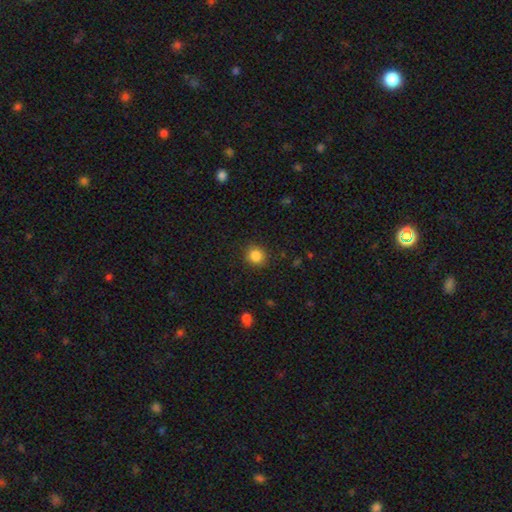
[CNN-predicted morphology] smooth_or_featured: smooth (p=0.85) [alt: star or artifact p=0.11]
how_rounded: round (p=0.89) [alt: in between p=0.10]
merging: none (p=0.89) [alt: minor disturbance p=0.07]